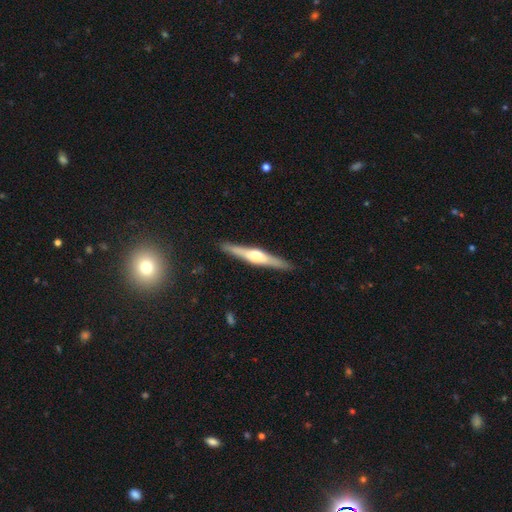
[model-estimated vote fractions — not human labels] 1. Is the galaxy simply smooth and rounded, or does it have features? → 71% featured or disk, 24% smooth, 5% star or artifact.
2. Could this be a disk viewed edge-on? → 97% yes, 3% no.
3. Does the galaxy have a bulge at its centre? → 87% rounded, 9% boxy, 4% none.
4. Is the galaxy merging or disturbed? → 90% none, 7% minor disturbance, 1% major disturbance, 1% merger.